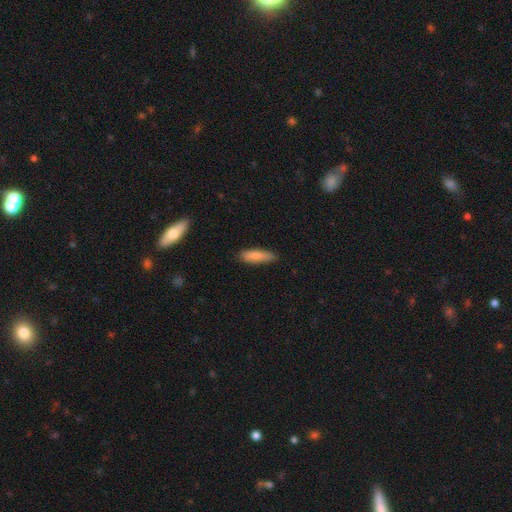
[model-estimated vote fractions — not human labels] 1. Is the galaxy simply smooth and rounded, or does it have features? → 81% smooth, 12% featured or disk, 6% star or artifact.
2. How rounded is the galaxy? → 64% cigar-shaped, 34% in between, 2% round.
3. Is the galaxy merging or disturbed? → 77% none, 19% minor disturbance, 3% major disturbance, 1% merger.